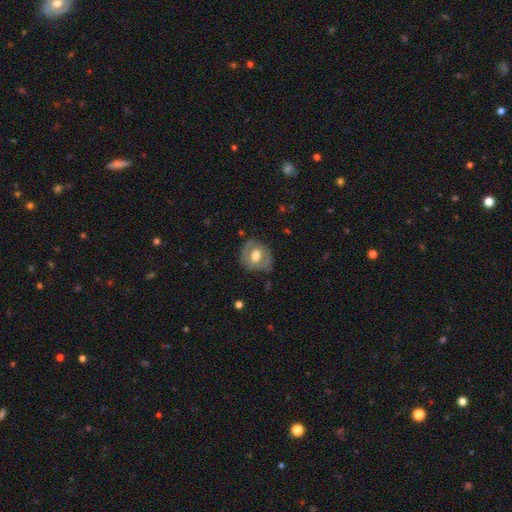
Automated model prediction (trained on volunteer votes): Q: Smooth or featured?
A: featured or disk (58%); runner-up: smooth (36%)
Q: Edge-on disk?
A: no (95%); runner-up: yes (5%)
Q: Bar?
A: no (51%); runner-up: weak (36%)
Q: Spiral arms?
A: no (54%); runner-up: yes (46%)
Q: Bulge size?
A: moderate (51%); runner-up: large (38%)
Q: Merging?
A: none (70%); runner-up: minor disturbance (20%)